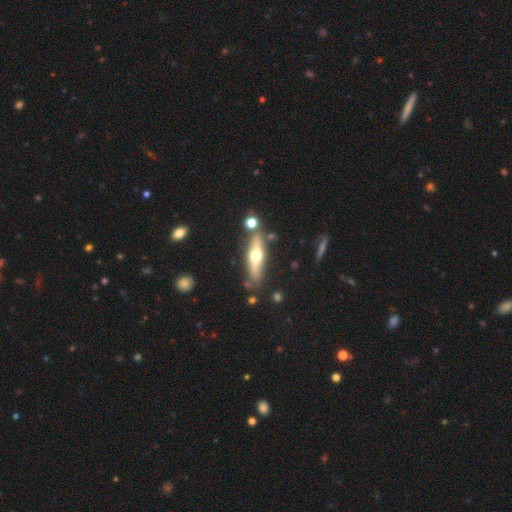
Smooth or featured: smooth — 55% (featured or disk — 37%)
How rounded: cigar-shaped — 67% (in between — 33%)
Merging: none — 66% (minor disturbance — 23%)